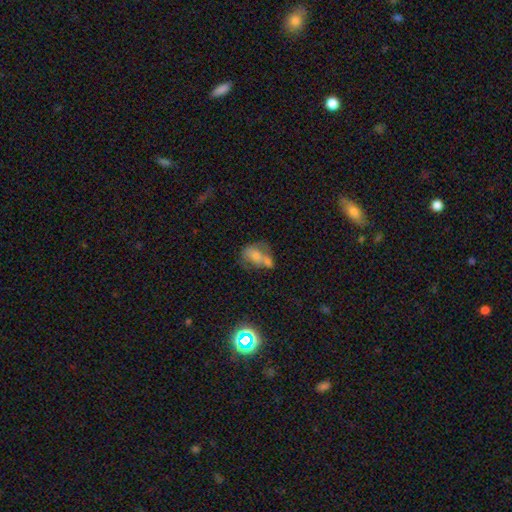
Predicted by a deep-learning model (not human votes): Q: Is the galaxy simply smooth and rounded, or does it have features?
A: smooth — 57%.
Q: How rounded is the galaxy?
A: in between — 71%.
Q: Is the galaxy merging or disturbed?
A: merger — 51%.